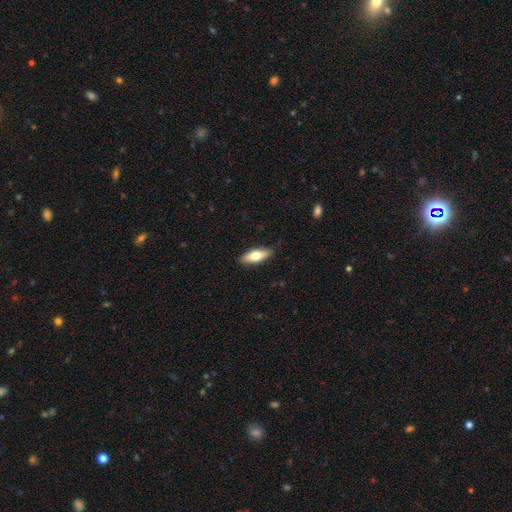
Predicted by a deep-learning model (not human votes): This is likely a smooth galaxy (69%). How rounded: likely in between (67%). Merging: clearly none (87%).